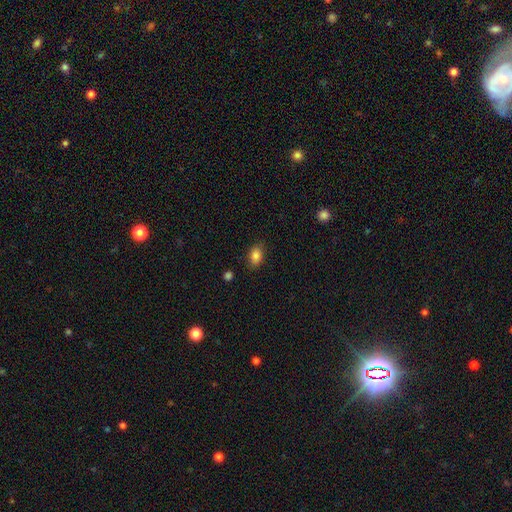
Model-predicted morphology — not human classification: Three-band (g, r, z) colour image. It shows a smooth galaxy with no disk features (84%) that is in between round and cigar-shaped (81%). Merging: none (83%).